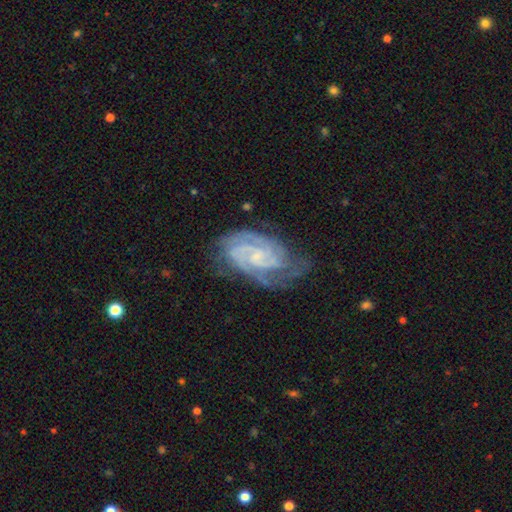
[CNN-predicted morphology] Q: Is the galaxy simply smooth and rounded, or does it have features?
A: featured or disk — 89%.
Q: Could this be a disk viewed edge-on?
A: no — 97%.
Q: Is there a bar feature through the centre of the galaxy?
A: no — 49%.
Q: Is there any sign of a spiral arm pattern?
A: yes — 98%.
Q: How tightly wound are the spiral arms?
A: tight — 66%.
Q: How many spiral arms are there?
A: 2 — 47%.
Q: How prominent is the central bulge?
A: small — 69%.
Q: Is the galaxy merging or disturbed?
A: none — 68%.